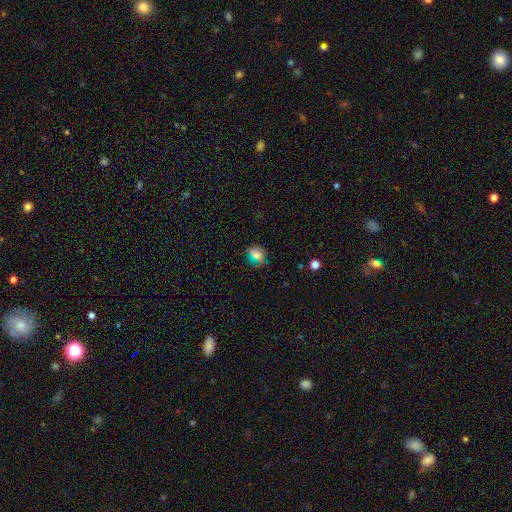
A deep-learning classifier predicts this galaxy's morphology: type=smooth (73%); roundness=round (57%); merging=none (76%).